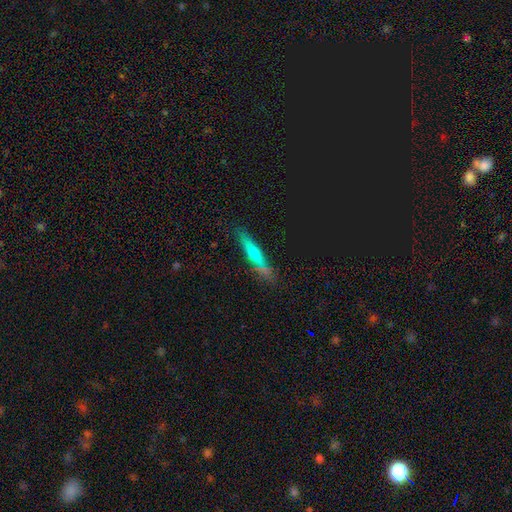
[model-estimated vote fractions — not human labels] Smooth or featured: smooth — 52% (featured or disk — 37%)
How rounded: cigar-shaped — 84% (in between — 13%)
Merging: none — 81% (minor disturbance — 13%)